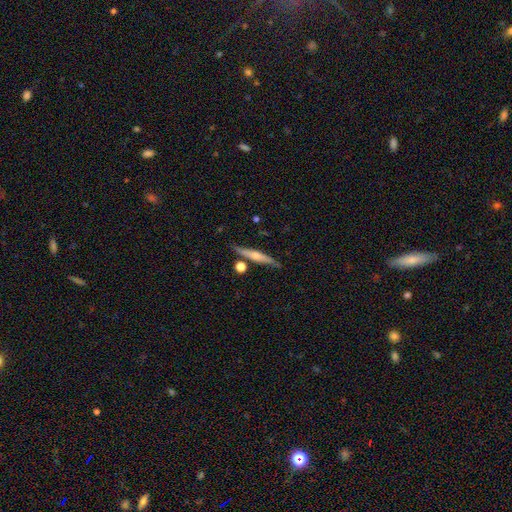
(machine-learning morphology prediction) Smooth or featured? featured or disk (55%)
Edge-on disk? yes (94%)
Edge-on bulge? rounded (67%)
Merging? none (79%)